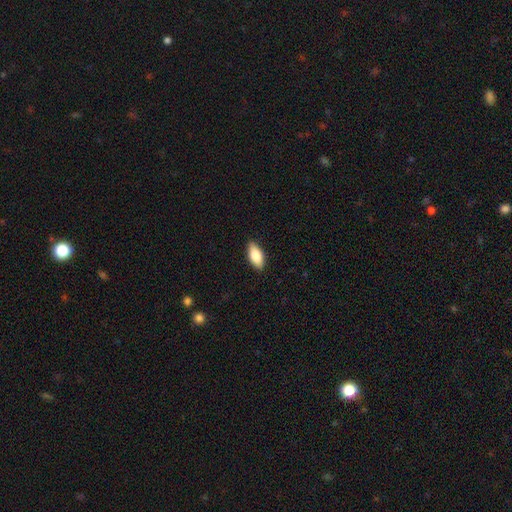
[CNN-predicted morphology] A smooth galaxy with no disk features (80%) that is in between round and cigar-shaped (86%).

Vote fractions:
- Smooth or featured? smooth: 80% / featured or disk: 14% / star or artifact: 6%
- How rounded? in between: 86% / cigar-shaped: 11% / round: 3%
- Merging? none: 88% / minor disturbance: 9% / major disturbance: 2% / merger: 1%